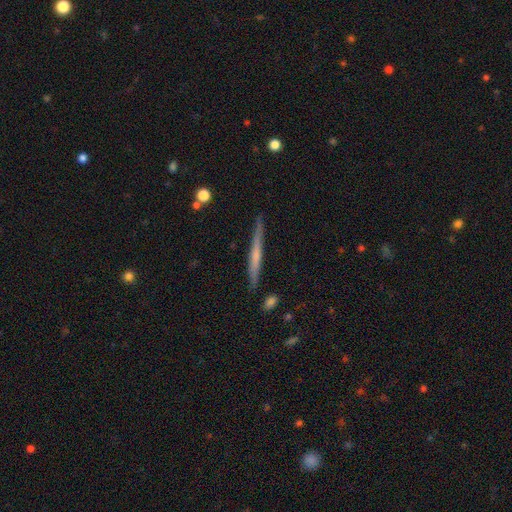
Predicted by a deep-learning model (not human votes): Q: Smooth or featured?
A: featured or disk (53%); runner-up: smooth (41%)
Q: Edge-on disk?
A: yes (97%); runner-up: no (3%)
Q: Edge-on bulge?
A: none (69%); runner-up: rounded (22%)
Q: Merging?
A: none (87%); runner-up: minor disturbance (10%)